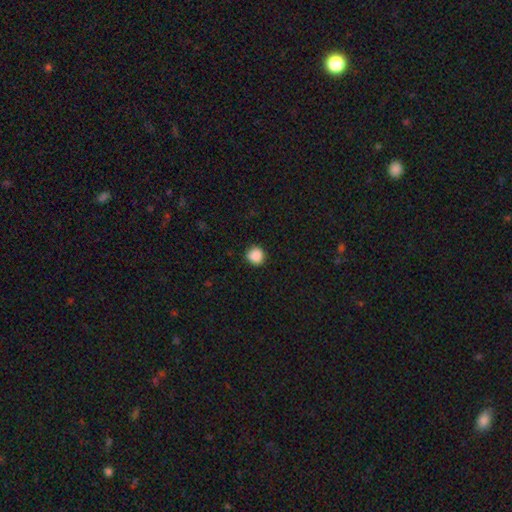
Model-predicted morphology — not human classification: Overall: smooth (88%). How rounded: round (92%). Merging: none (90%).